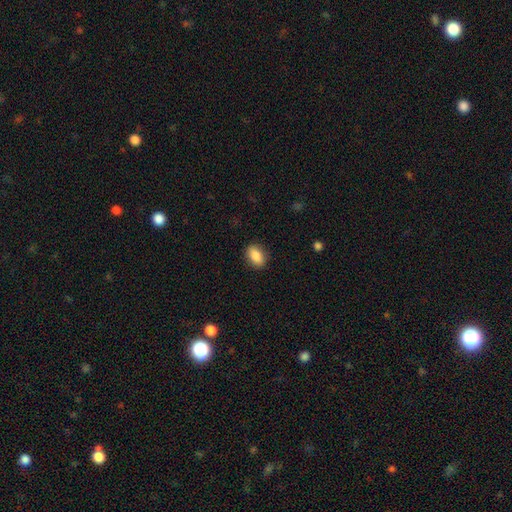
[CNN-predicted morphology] A smooth galaxy with no disk features (87%) that is in between round and cigar-shaped (83%). Merging: none (88%).